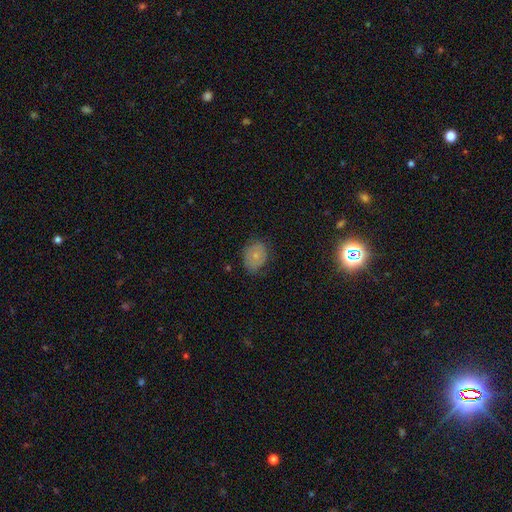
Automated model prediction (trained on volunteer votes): Smooth or featured? smooth (58%)
How rounded? in between (51%)
Merging? none (66%)